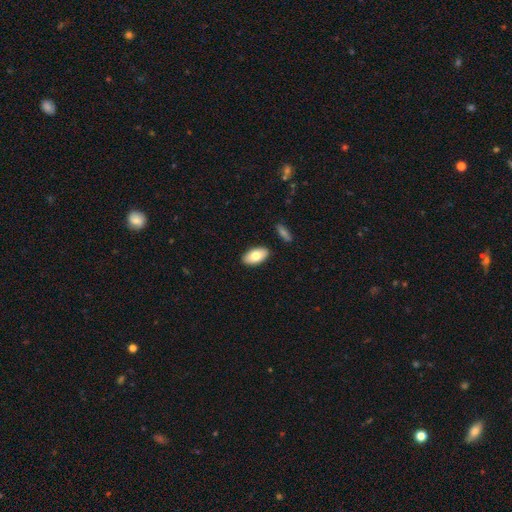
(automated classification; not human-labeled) Q: Smooth or featured?
A: smooth (76%); runner-up: featured or disk (18%)
Q: How rounded?
A: in between (94%); runner-up: round (3%)
Q: Merging?
A: none (87%); runner-up: minor disturbance (8%)